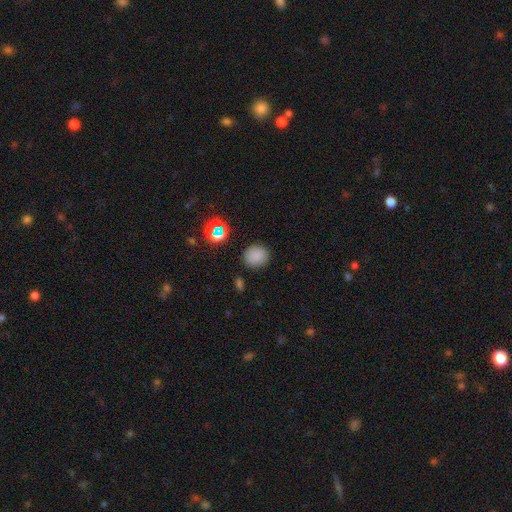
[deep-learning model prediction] Smooth or featured?
  - smooth: 81% *
  - star or artifact: 15%
  - featured or disk: 4%
How rounded?
  - round: 83% *
  - in between: 16%
  - cigar-shaped: 1%
Merging?
  - none: 86% *
  - minor disturbance: 9%
  - major disturbance: 3%
  - merger: 2%